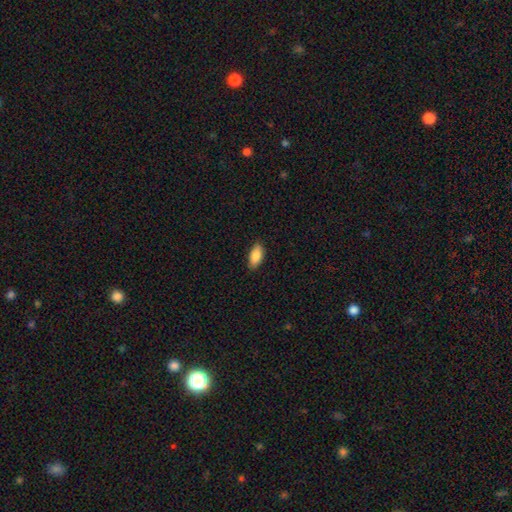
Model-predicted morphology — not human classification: A smooth galaxy with no disk features (88%) that is in between round and cigar-shaped (91%).

Vote fractions:
- Smooth or featured? smooth: 88% / star or artifact: 6% / featured or disk: 5%
- How rounded? in between: 91% / cigar-shaped: 7% / round: 2%
- Merging? none: 86% / minor disturbance: 11% / major disturbance: 2% / merger: 1%